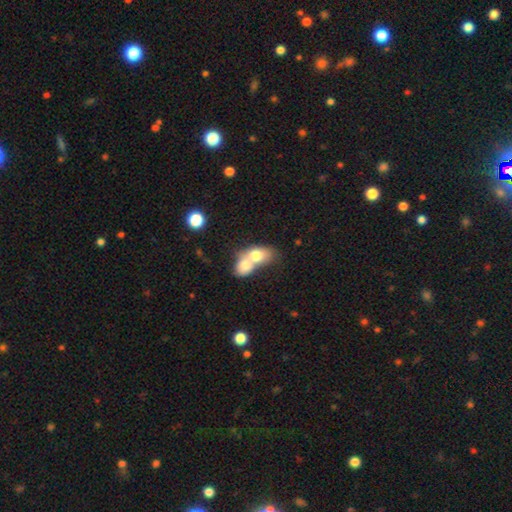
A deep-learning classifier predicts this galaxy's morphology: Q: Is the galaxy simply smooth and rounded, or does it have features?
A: smooth — 71%.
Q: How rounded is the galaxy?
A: in between — 71%.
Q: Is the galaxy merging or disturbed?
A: merger — 80%.